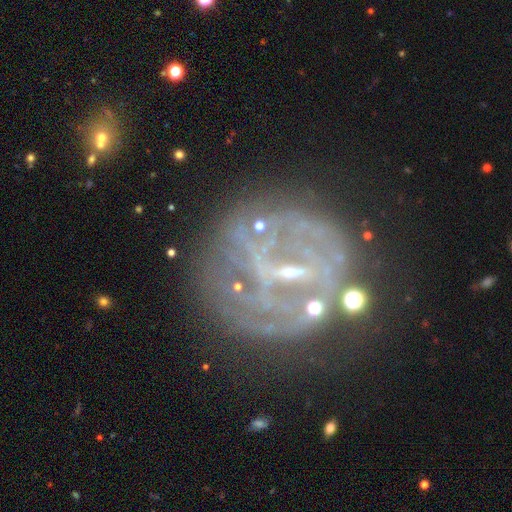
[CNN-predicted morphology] A featured or disk galaxy (76%) with a weak bar (42%), spiral arms (68%) and a small central bulge (60%). Merging: none (57%).